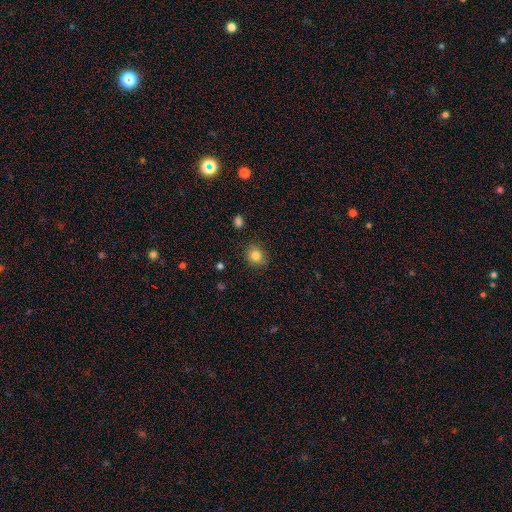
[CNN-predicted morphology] This is clearly a smooth galaxy (83%). How rounded: likely round (70%). Merging: clearly none (82%).